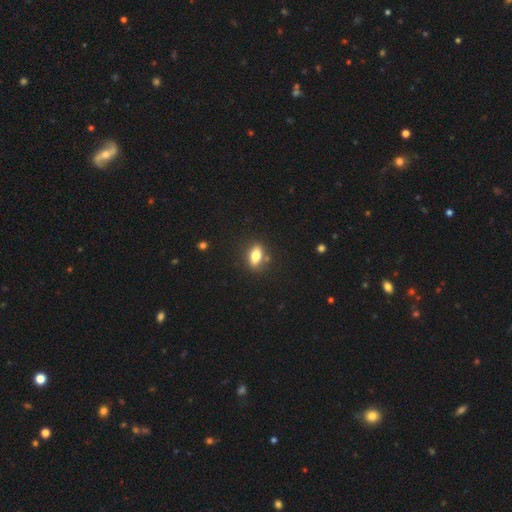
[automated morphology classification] smooth_or_featured: smooth (p=0.74) [alt: featured or disk p=0.17]
how_rounded: in between (p=0.80) [alt: cigar-shaped p=0.11]
merging: none (p=0.82) [alt: minor disturbance p=0.11]